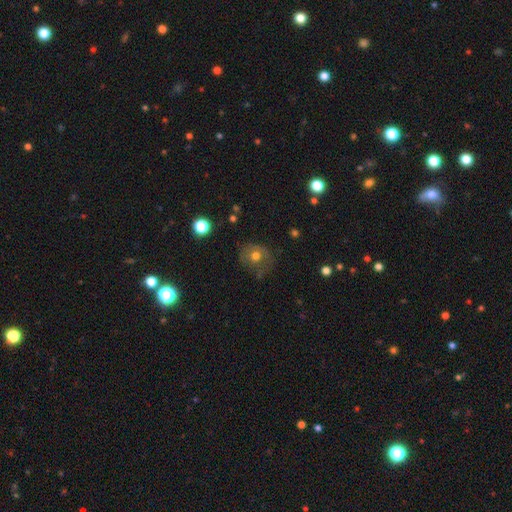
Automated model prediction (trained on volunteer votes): smooth-or-featured: smooth: 63% | featured or disk: 26% | star or artifact: 12%
  how-rounded: round: 74% | in between: 25% | cigar-shaped: 1%
  merging: none: 59% | minor disturbance: 24% | major disturbance: 15% | merger: 2%